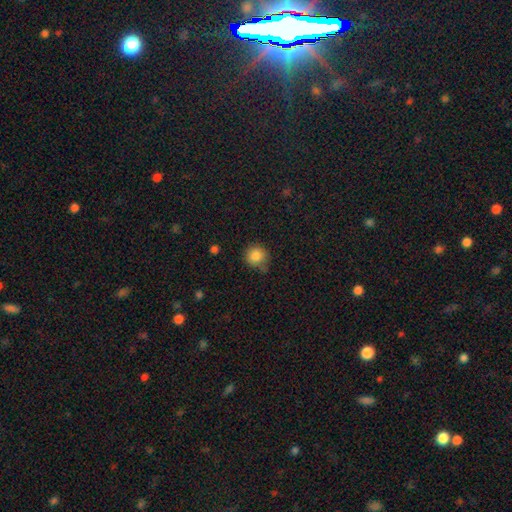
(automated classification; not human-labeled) This is clearly a smooth galaxy (84%). How rounded: clearly round (90%). Merging: likely none (67%).